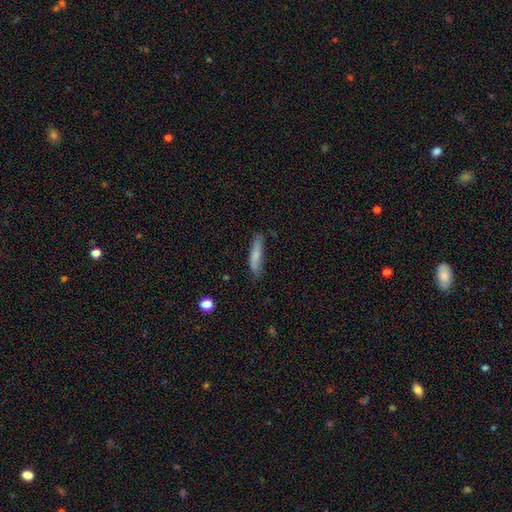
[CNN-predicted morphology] type=smooth (75%); roundness=cigar-shaped (78%); merging=none (74%).